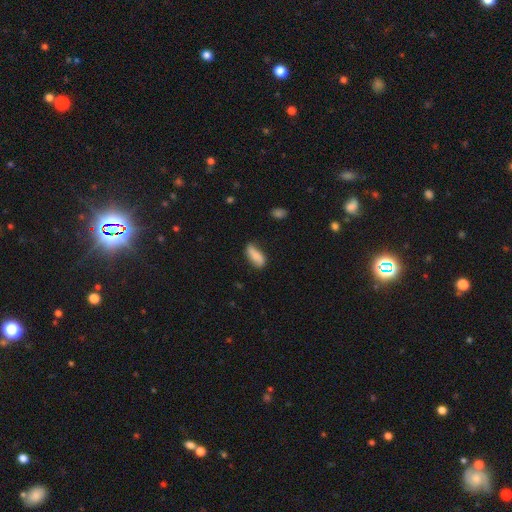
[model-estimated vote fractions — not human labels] Smooth or featured? smooth (72%)
How rounded? in between (72%)
Merging? none (66%)